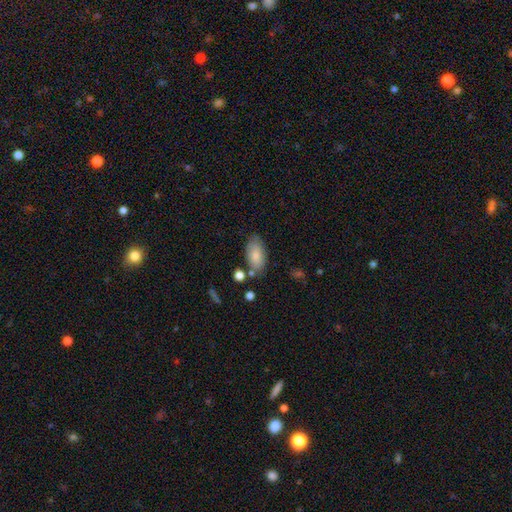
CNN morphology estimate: smooth-or-featured: smooth: 83% | featured or disk: 11% | star or artifact: 7%
  how-rounded: in between: 94% | round: 3% | cigar-shaped: 3%
  merging: none: 73% | minor disturbance: 17% | merger: 6% | major disturbance: 4%